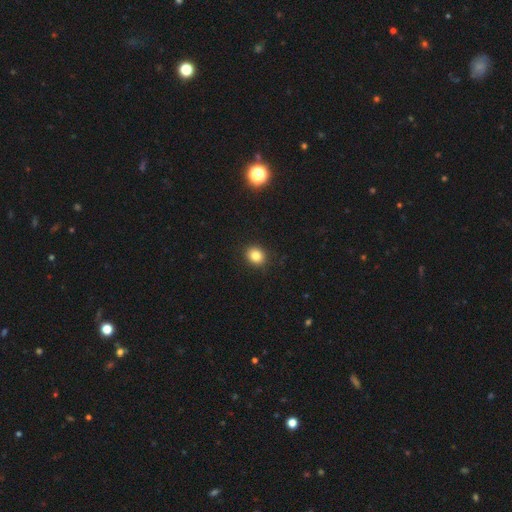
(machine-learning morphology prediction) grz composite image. It shows a smooth galaxy with no disk features (83%) that is round (69%). Merging: none (90%).